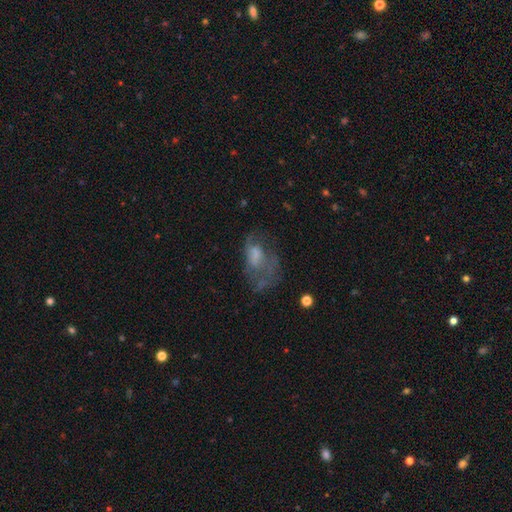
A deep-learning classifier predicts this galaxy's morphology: Smooth or featured?
  - featured or disk: 46% *
  - smooth: 41%
  - star or artifact: 13%
Merging?
  - major disturbance: 46% *
  - none: 29%
  - minor disturbance: 19%
  - merger: 5%